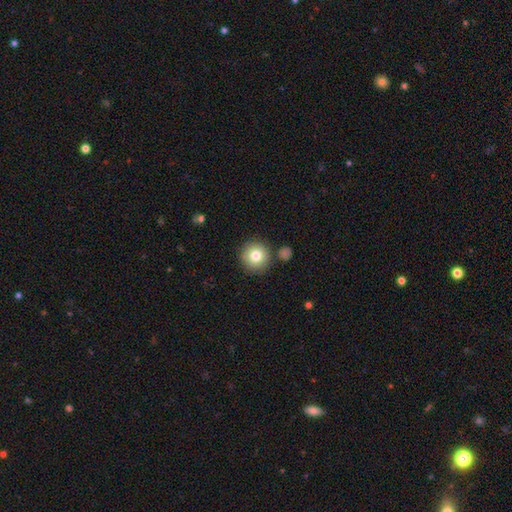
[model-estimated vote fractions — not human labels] Smooth or featured? smooth (80%)
How rounded? round (95%)
Merging? none (83%)